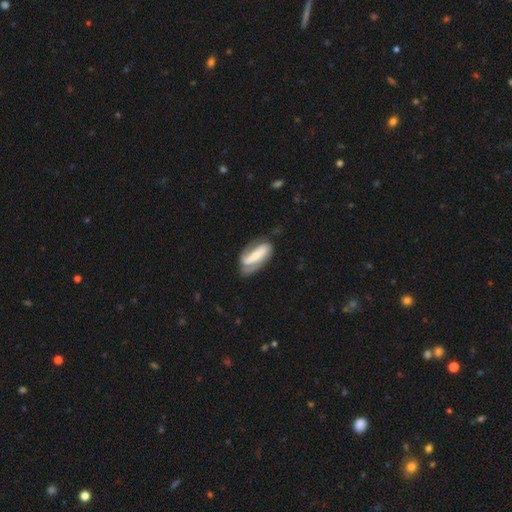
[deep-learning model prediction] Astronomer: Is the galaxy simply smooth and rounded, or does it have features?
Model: featured or disk — 74%.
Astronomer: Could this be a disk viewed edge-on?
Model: no — 93%.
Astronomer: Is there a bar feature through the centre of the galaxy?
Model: strong — 60%.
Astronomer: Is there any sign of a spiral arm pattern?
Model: yes — 89%.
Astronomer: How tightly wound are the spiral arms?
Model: medium — 40% (runner-up: tight, 37%).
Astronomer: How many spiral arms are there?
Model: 2 — 78%.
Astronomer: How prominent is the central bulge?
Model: small — 48% (runner-up: moderate, 30%).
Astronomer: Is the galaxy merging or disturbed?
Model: none — 62%.